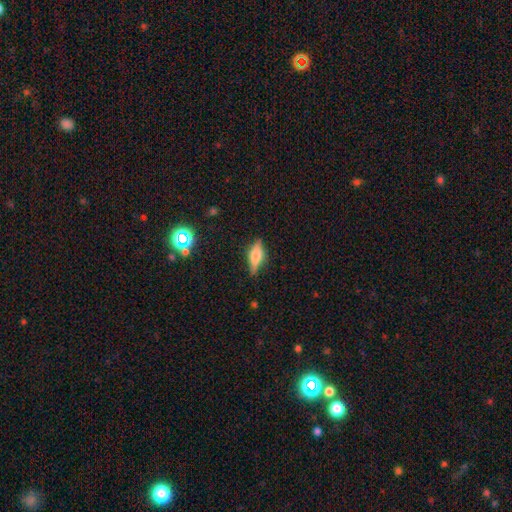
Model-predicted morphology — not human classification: This appears to be a smooth galaxy with no disk features (45%, tied with featured or disk). Merging: none (79%).